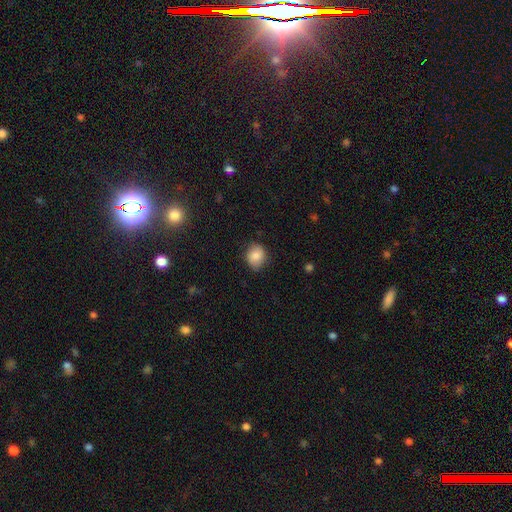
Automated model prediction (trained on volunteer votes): A smooth galaxy with no disk features (82%) that is round (65%).

Vote fractions:
- Smooth or featured? smooth: 82% / featured or disk: 10% / star or artifact: 8%
- How rounded? round: 65% / in between: 34% / cigar-shaped: 1%
- Merging? none: 79% / minor disturbance: 16% / major disturbance: 3% / merger: 1%